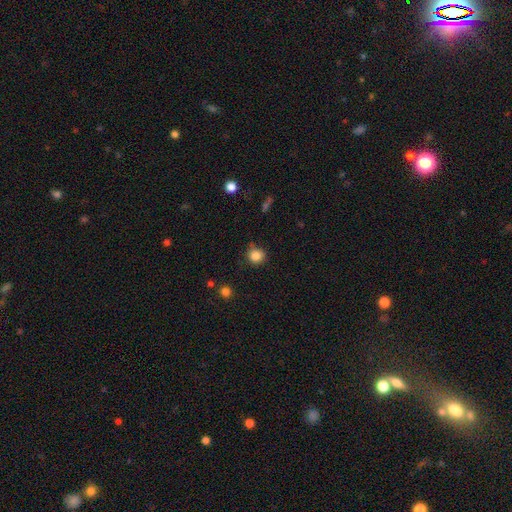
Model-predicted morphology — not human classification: A smooth galaxy with no disk features (85%) that is round (89%). Merging: none (75%).